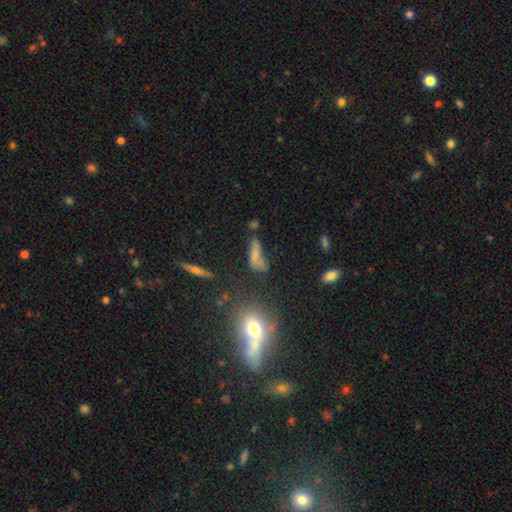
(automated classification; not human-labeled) A smooth galaxy with no disk features (60%) that is in between round and cigar-shaped (47%).

Vote fractions:
- Smooth or featured? smooth: 60% / featured or disk: 22% / star or artifact: 18%
- How rounded? in between: 47% / cigar-shaped: 46% / round: 8%
- Merging? none: 36% / major disturbance: 25% / minor disturbance: 23% / merger: 17%